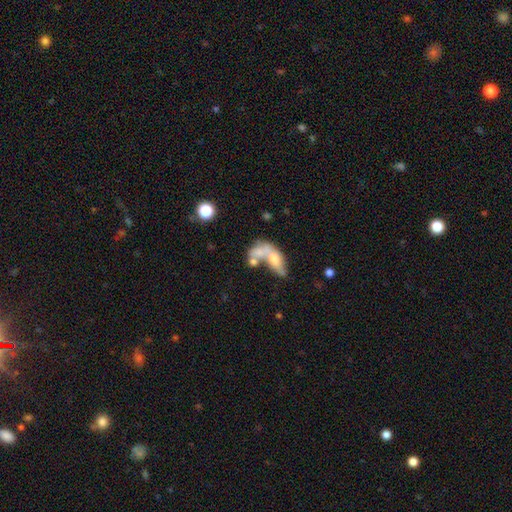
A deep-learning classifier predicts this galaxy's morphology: Smooth or featured?
  - smooth: 51% *
  - featured or disk: 38%
  - star or artifact: 12%
How rounded?
  - in between: 76% *
  - cigar-shaped: 12%
  - round: 12%
Merging?
  - merger: 63% *
  - none: 15%
  - major disturbance: 14%
  - minor disturbance: 8%